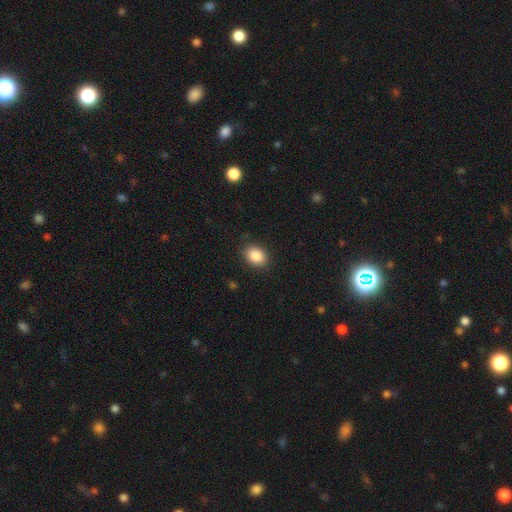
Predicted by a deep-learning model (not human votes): Smooth or featured? Predicted: smooth (p=0.87). How rounded? Predicted: in between (p=0.71). Merging? Predicted: none (p=0.87).